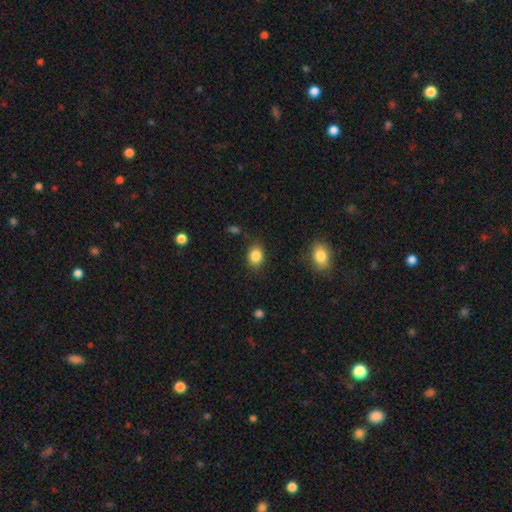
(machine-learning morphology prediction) smooth_or_featured: smooth (p=0.85) [alt: star or artifact p=0.09]
how_rounded: in between (p=0.59) [alt: round p=0.40]
merging: none (p=0.83) [alt: minor disturbance p=0.12]